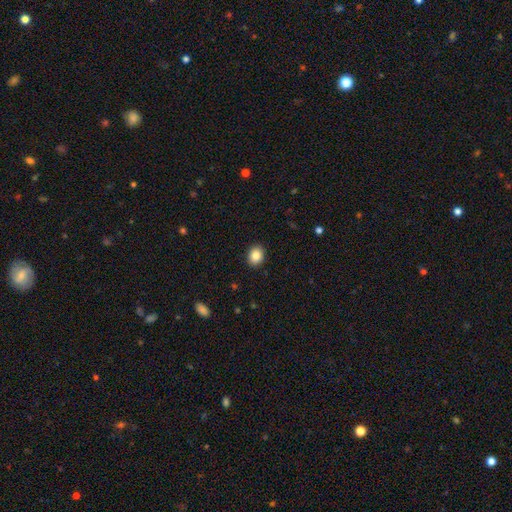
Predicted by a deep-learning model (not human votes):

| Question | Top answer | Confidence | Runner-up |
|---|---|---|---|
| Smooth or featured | smooth | 86% | star or artifact (9%) |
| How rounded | in between | 50% | round (49%) |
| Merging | none | 91% | minor disturbance (6%) |